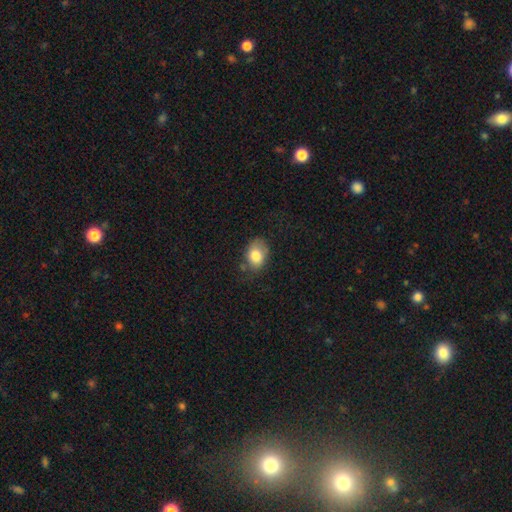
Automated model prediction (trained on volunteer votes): Smooth or featured? Predicted: smooth (p=0.81). How rounded? Predicted: in between (p=0.72). Merging? Predicted: none (p=0.56).